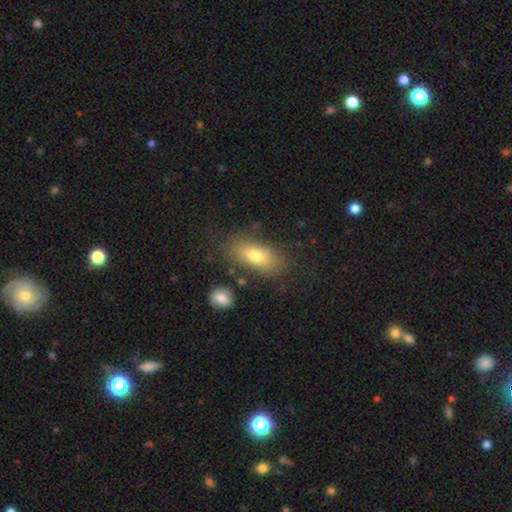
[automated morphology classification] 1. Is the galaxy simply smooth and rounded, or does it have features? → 73% smooth, 17% featured or disk, 10% star or artifact.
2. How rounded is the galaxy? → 84% in between, 11% cigar-shaped, 5% round.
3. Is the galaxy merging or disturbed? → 77% none, 14% minor disturbance, 5% merger, 5% major disturbance.